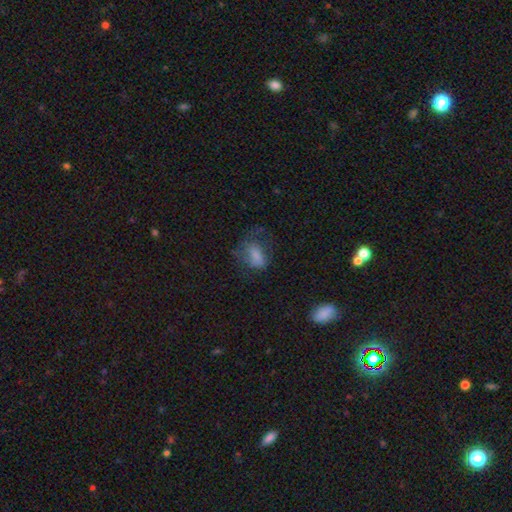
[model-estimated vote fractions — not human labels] Overall: smooth (66%). How rounded: in between (80%). Merging: none (37%; major disturbance 34%).